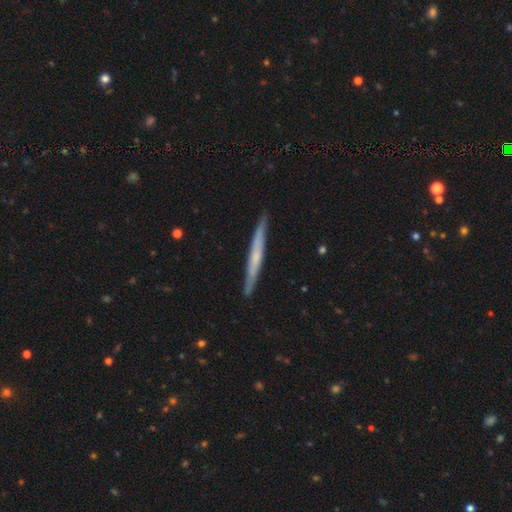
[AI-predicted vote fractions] This is possibly a featured or disk galaxy (53%). It is clearly viewed edge-on (96%). Edge-on bulge: likely none (70%). Merging: clearly none (90%).